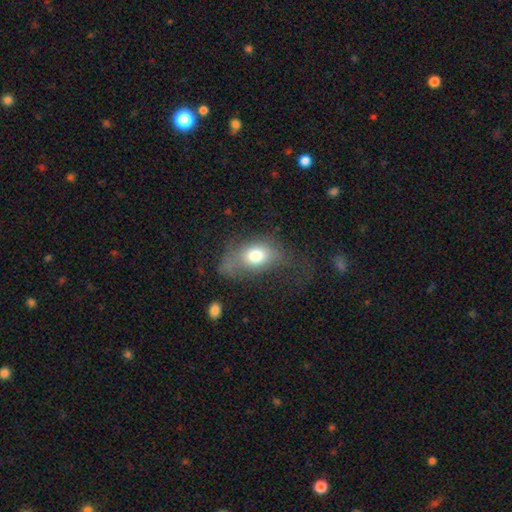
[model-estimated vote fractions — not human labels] The model was most divided on "merging": major disturbance: 37%, none: 34%, minor disturbance: 25%, merger: 3%. More confident: how rounded — in between (79%); smooth or featured — smooth (71%).